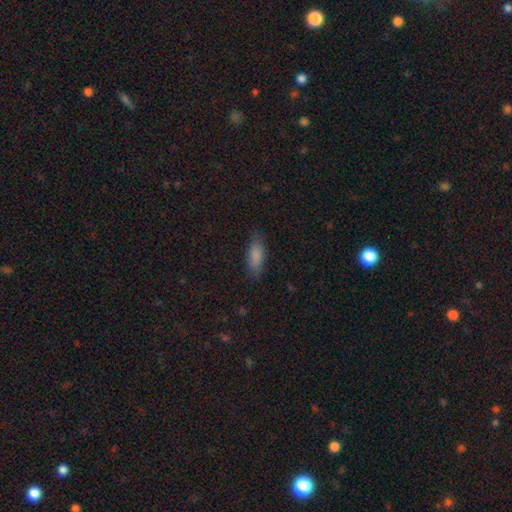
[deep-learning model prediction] smooth 85%, featured or disk 8%, star or artifact 7%. Down the decision tree: how rounded — in between (71%); merging — none (82%).